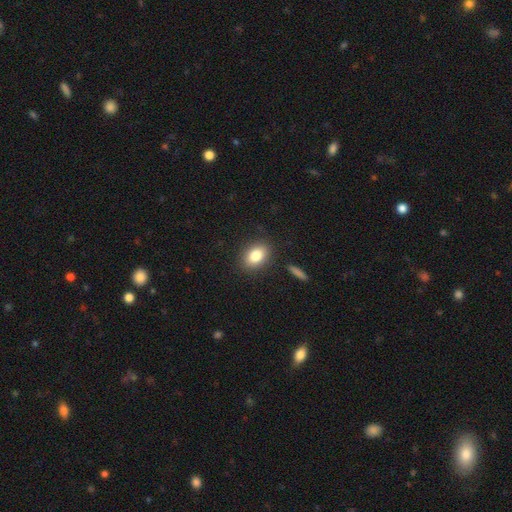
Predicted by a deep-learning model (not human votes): This is clearly a smooth galaxy (81%). How rounded: likely in between (77%). Merging: clearly none (86%).